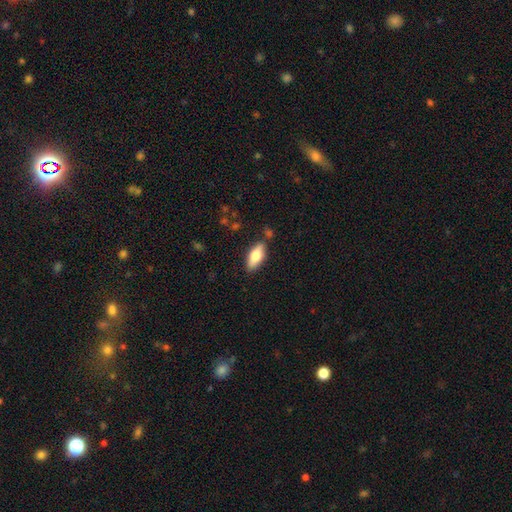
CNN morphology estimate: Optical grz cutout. It shows a smooth galaxy with no disk features (74%) that is in between round and cigar-shaped (78%). Merging: none (81%).